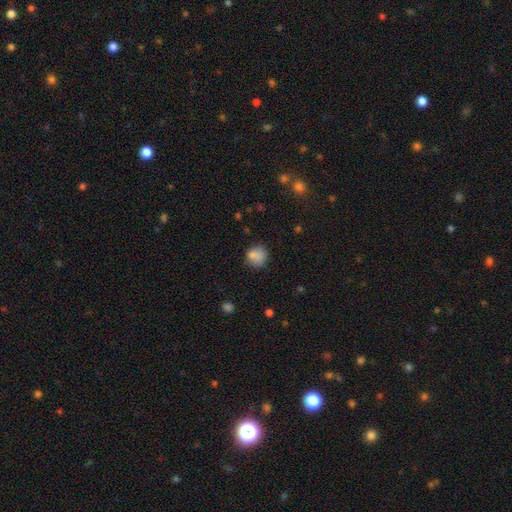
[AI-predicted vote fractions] Smooth or featured? smooth (81%)
How rounded? round (80%)
Merging? none (66%)